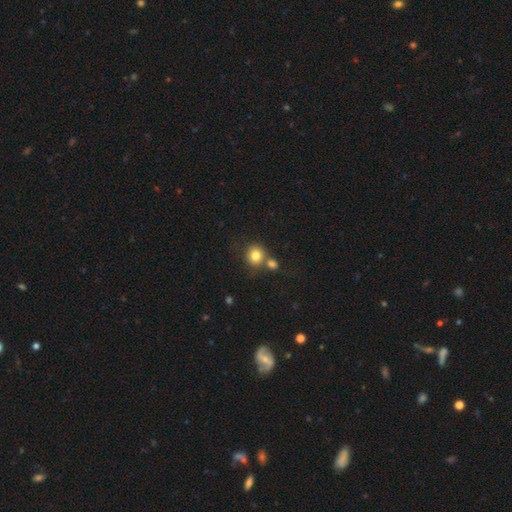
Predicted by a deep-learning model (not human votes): Smooth or featured? Predicted: smooth (p=0.81). How rounded? Predicted: round (p=0.84). Merging? Predicted: none (p=0.58).